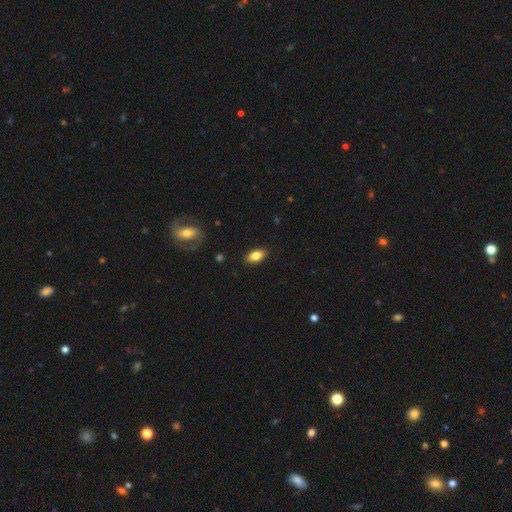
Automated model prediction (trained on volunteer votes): Morphology: type=smooth (81%); roundness=in between (89%); merging=none (88%).